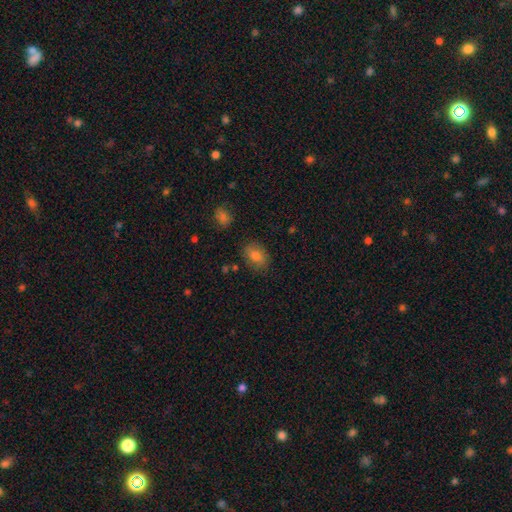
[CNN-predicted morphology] A smooth galaxy with no disk features (78%) that is in between round and cigar-shaped (75%). Merging: none (83%).